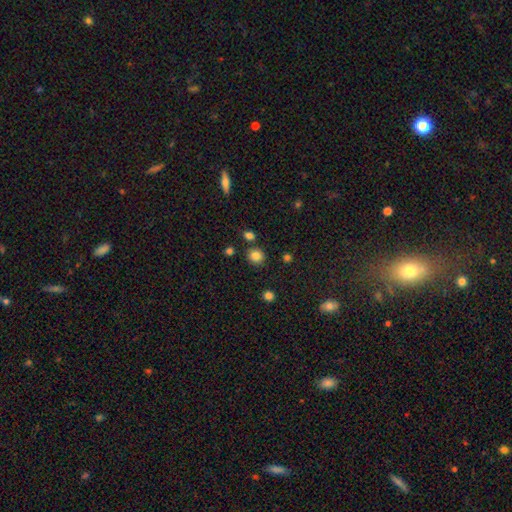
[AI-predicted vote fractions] This appears to be a smooth galaxy with no disk features (83%) that is round (82%). Merging: none (82%).